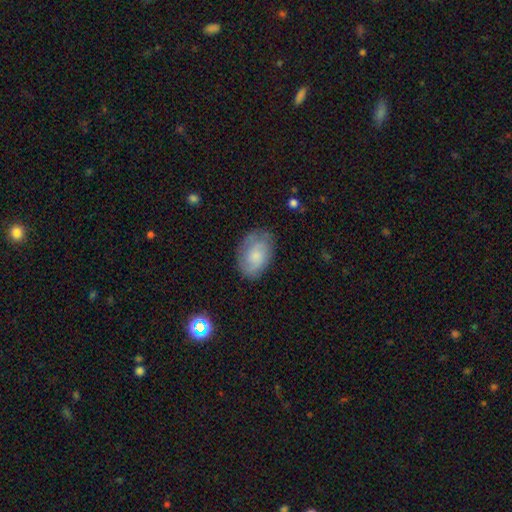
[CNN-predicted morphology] Q: Smooth or featured?
A: smooth (60%); runner-up: featured or disk (32%)
Q: How rounded?
A: in between (85%); runner-up: round (14%)
Q: Merging?
A: none (74%); runner-up: minor disturbance (19%)